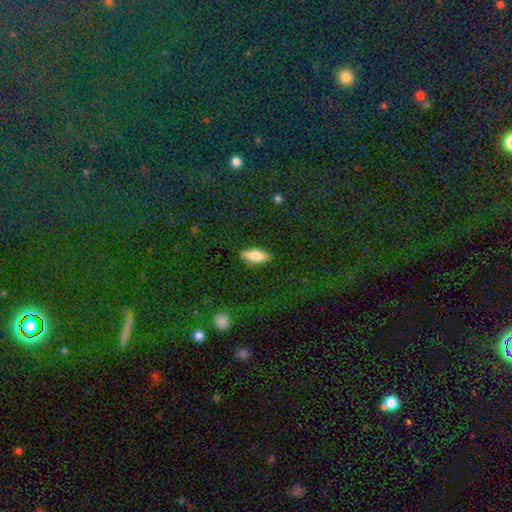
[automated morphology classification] Smooth or featured: smooth — 70% (featured or disk — 23%)
How rounded: in between — 64% (cigar-shaped — 33%)
Merging: none — 88% (minor disturbance — 9%)